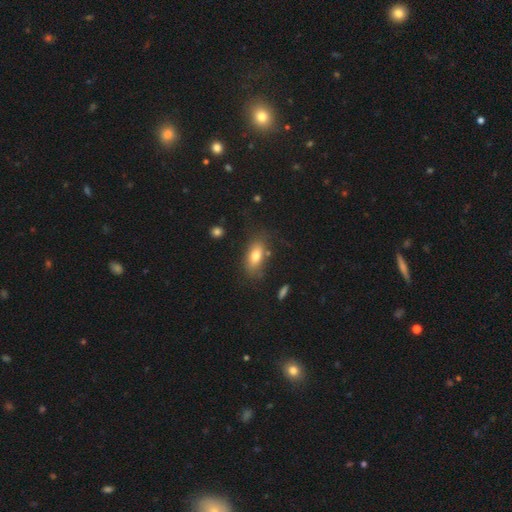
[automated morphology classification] Q: Smooth or featured?
A: smooth (75%); runner-up: featured or disk (16%)
Q: How rounded?
A: in between (84%); runner-up: cigar-shaped (10%)
Q: Merging?
A: none (68%); runner-up: minor disturbance (19%)